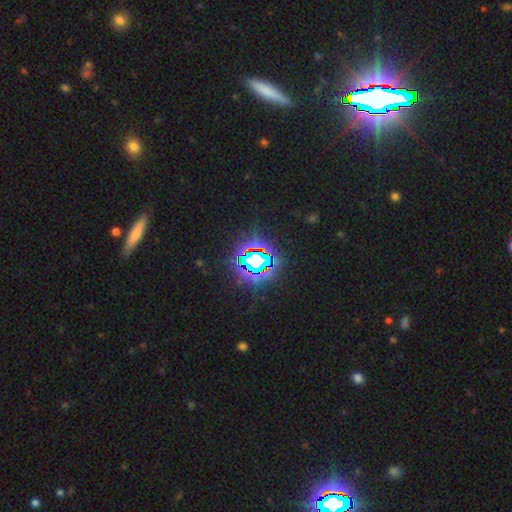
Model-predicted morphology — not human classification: type=star or artifact (76%).